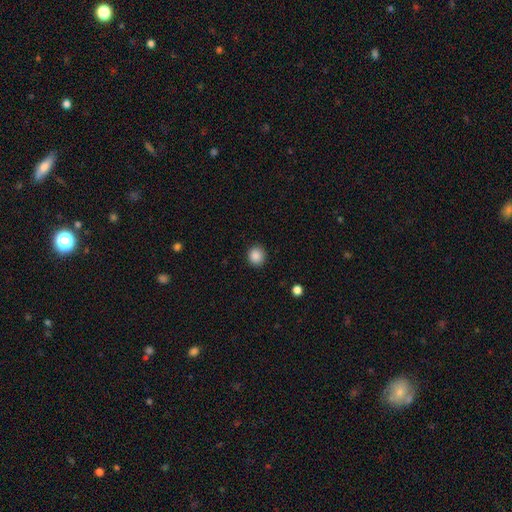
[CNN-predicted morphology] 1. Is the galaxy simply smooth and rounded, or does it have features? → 88% smooth, 9% star or artifact, 3% featured or disk.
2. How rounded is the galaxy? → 83% round, 16% in between, 1% cigar-shaped.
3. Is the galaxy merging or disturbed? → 90% none, 7% minor disturbance, 2% major disturbance, 1% merger.